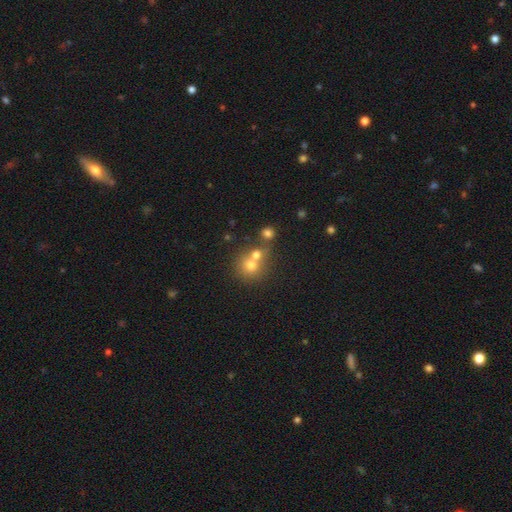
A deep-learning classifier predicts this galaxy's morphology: Q: Smooth or featured?
A: smooth (59%); runner-up: star or artifact (25%)
Q: How rounded?
A: round (84%); runner-up: in between (15%)
Q: Merging?
A: none (45%); tied with: merger (45%)